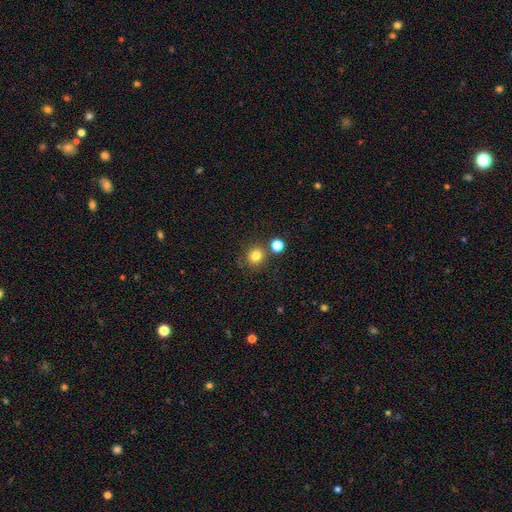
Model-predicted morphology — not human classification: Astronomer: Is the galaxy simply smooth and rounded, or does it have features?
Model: smooth — 81%.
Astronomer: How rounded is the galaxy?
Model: round — 87%.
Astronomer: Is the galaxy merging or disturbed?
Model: none — 76%.